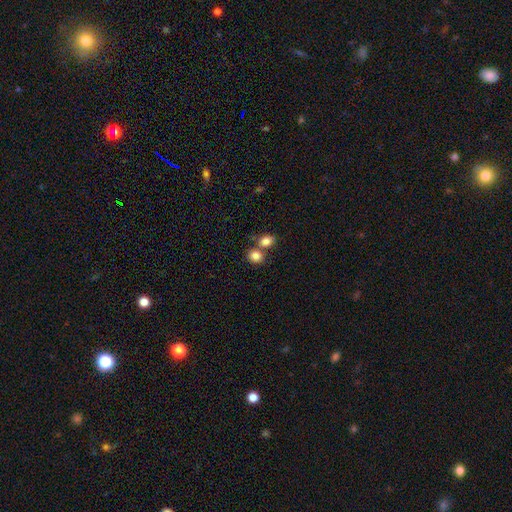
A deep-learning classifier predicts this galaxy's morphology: Q: Smooth or featured?
A: smooth (83%); runner-up: star or artifact (10%)
Q: How rounded?
A: round (63%); runner-up: in between (36%)
Q: Merging?
A: none (52%); runner-up: merger (37%)